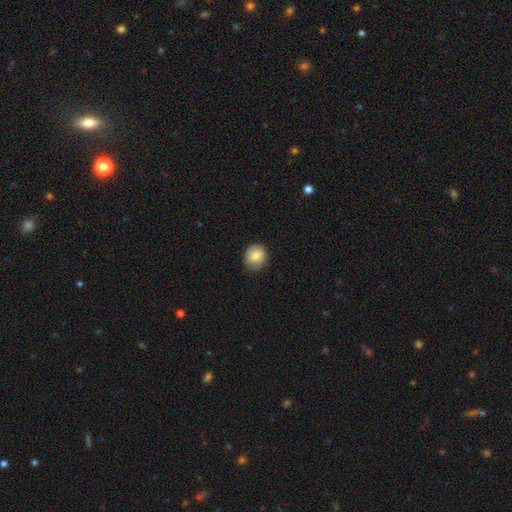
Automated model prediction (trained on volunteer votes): This is likely a smooth galaxy (80%). How rounded: likely round (70%). Merging: clearly none (82%).